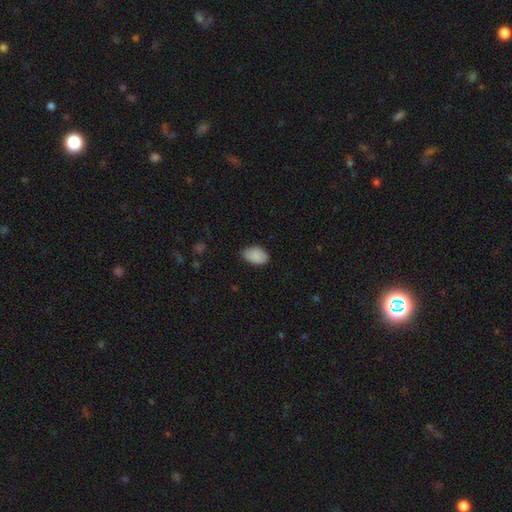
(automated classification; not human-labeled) The model was most divided on "merging": none: 76%, minor disturbance: 20%, major disturbance: 3%, merger: 1%. More confident: how rounded — in between (90%); smooth or featured — smooth (88%).